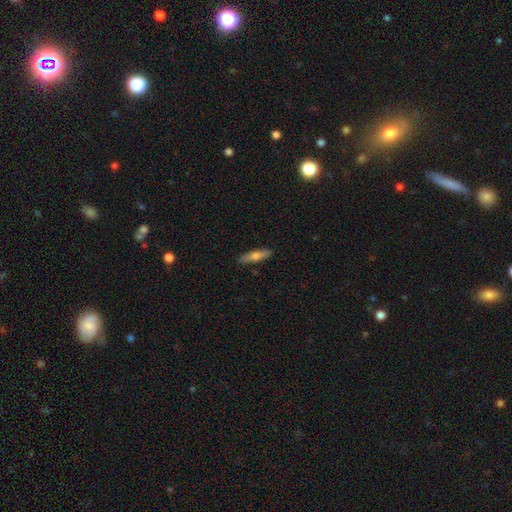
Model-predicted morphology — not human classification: The model was most divided on "smooth or featured": smooth: 64%, featured or disk: 30%, star or artifact: 6%. More confident: merging — none (89%); how rounded — cigar-shaped (70%).